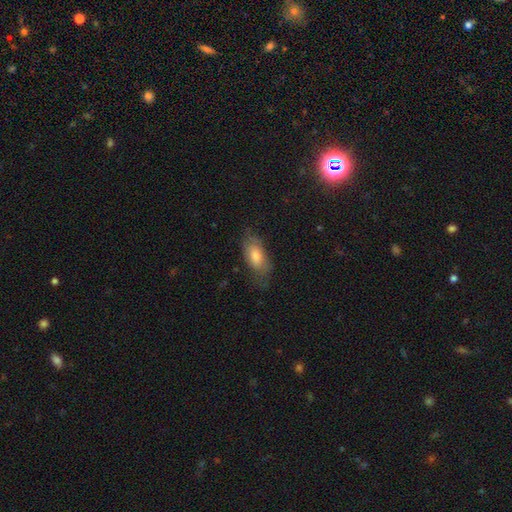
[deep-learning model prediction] This is likely a smooth galaxy (69%). How rounded: clearly in between (85%). Merging: likely none (64%).